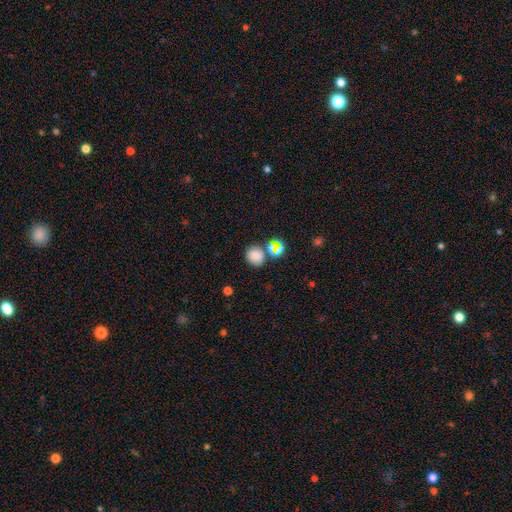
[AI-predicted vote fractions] Smooth or featured? smooth (77%)
How rounded? round (80%)
Merging? none (70%)